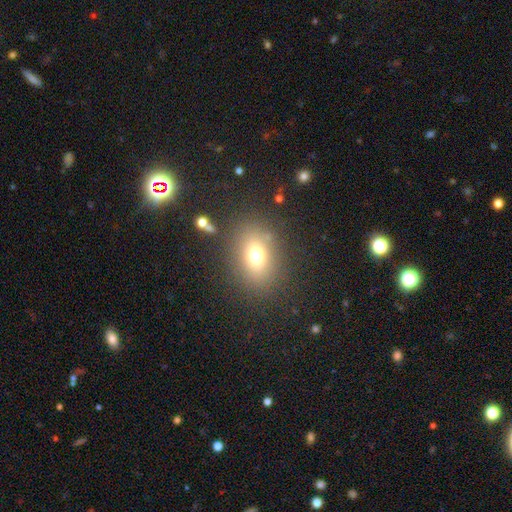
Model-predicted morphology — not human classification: smooth_or_featured: smooth (p=0.72) [alt: star or artifact p=0.15]
how_rounded: in between (p=0.64) [alt: round p=0.35]
merging: none (p=0.82) [alt: minor disturbance p=0.10]